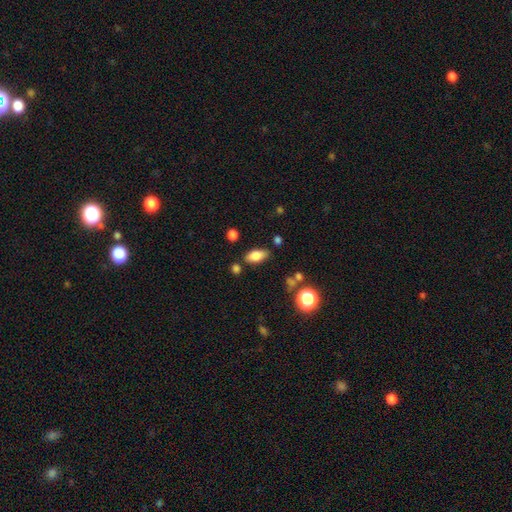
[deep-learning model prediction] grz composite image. It shows a smooth galaxy with no disk features (78%) that is in between round and cigar-shaped (86%). Merging: none (78%).